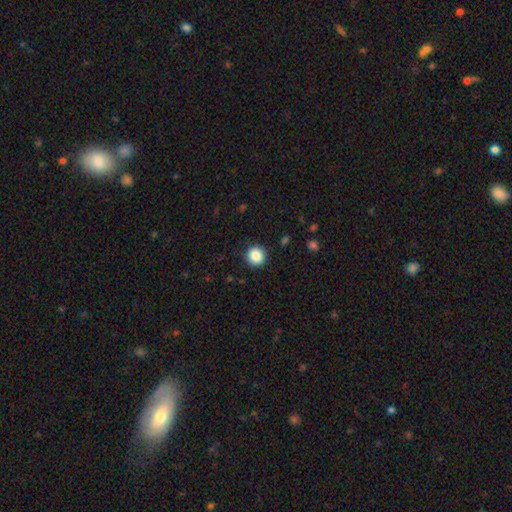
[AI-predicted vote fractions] Smooth or featured?
  - smooth: 87% *
  - star or artifact: 9%
  - featured or disk: 4%
How rounded?
  - round: 92% *
  - in between: 8%
  - cigar-shaped: 1%
Merging?
  - none: 91% *
  - minor disturbance: 6%
  - major disturbance: 2%
  - merger: 1%